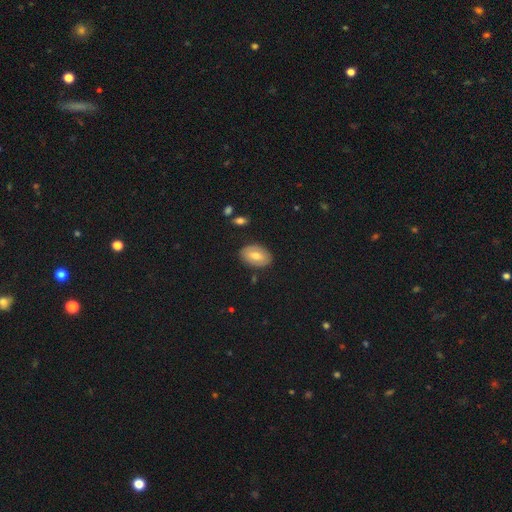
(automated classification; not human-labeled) The model was most divided on "smooth or featured": smooth: 64%, featured or disk: 28%, star or artifact: 8%. More confident: how rounded — in between (89%); merging — none (84%).